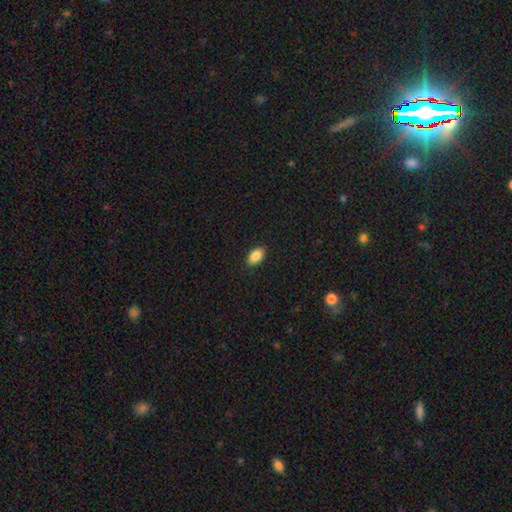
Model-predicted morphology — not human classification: Q: Smooth or featured?
A: smooth (88%); runner-up: star or artifact (8%)
Q: How rounded?
A: in between (91%); runner-up: round (7%)
Q: Merging?
A: none (90%); runner-up: minor disturbance (8%)